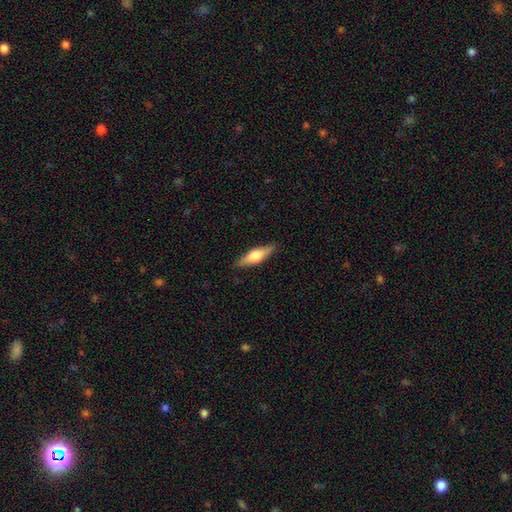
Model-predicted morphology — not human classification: This appears to be a smooth galaxy with no disk features (52%) that is cigar-shaped (54%). Merging: none (87%).